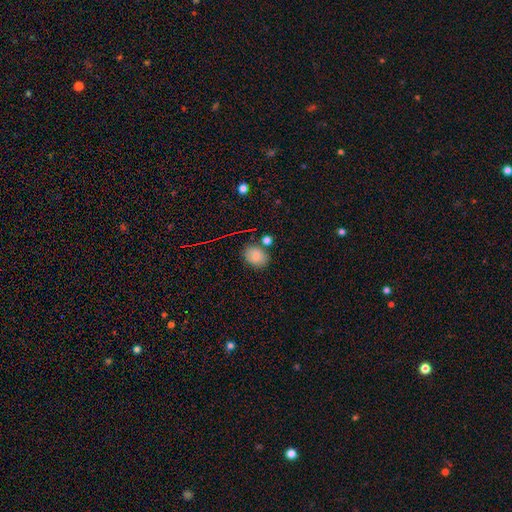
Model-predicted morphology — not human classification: A smooth galaxy with no disk features (79%) that is in between round and cigar-shaped (63%). Merging: none (76%).